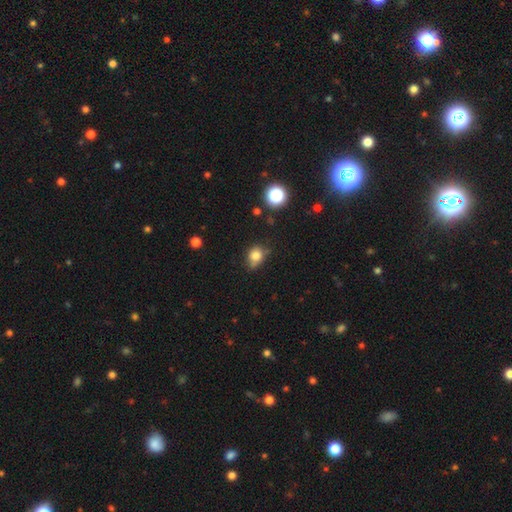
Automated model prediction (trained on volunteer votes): A smooth galaxy with no disk features (78%) that is round (59%). Merging: none (51%).